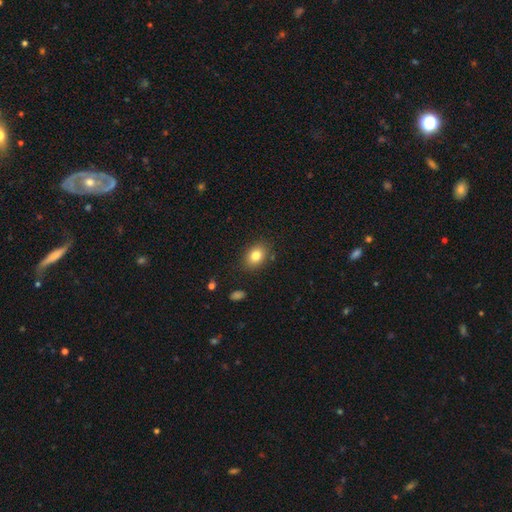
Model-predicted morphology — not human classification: smooth_or_featured: smooth (p=0.81) [alt: star or artifact p=0.10]
how_rounded: in between (p=0.66) [alt: round p=0.33]
merging: none (p=0.85) [alt: minor disturbance p=0.11]